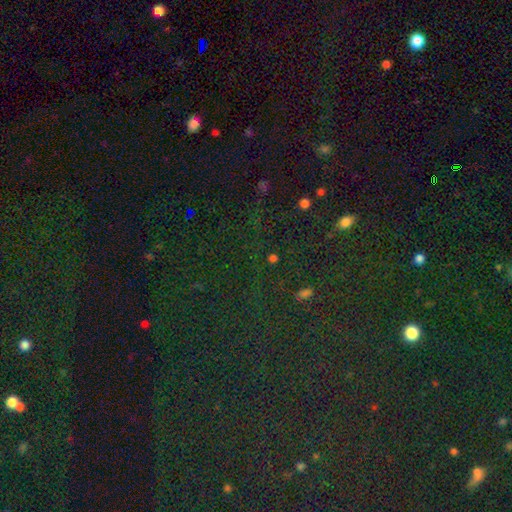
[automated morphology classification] type=star or artifact (82%).